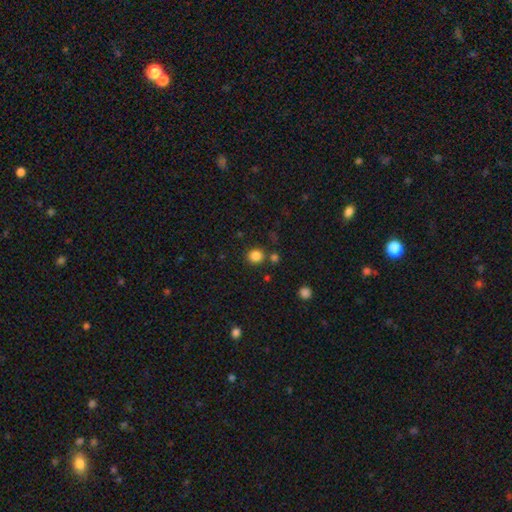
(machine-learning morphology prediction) This is clearly a smooth galaxy (84%). How rounded: clearly round (88%). Merging: clearly none (82%).